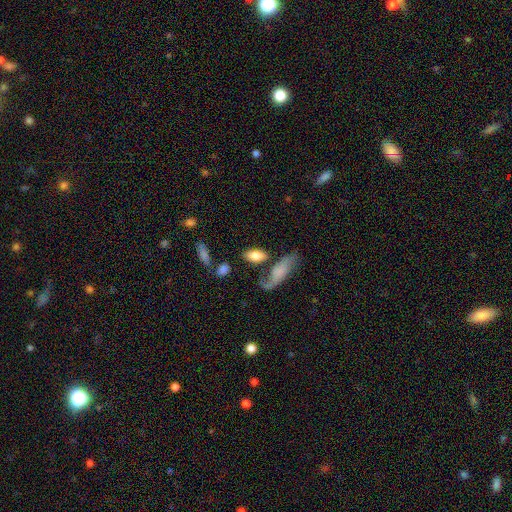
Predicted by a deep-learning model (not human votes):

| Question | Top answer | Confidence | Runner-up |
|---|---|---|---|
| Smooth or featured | smooth | 73% | featured or disk (20%) |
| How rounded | in between | 87% | cigar-shaped (9%) |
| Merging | none | 54% | merger (19%) |